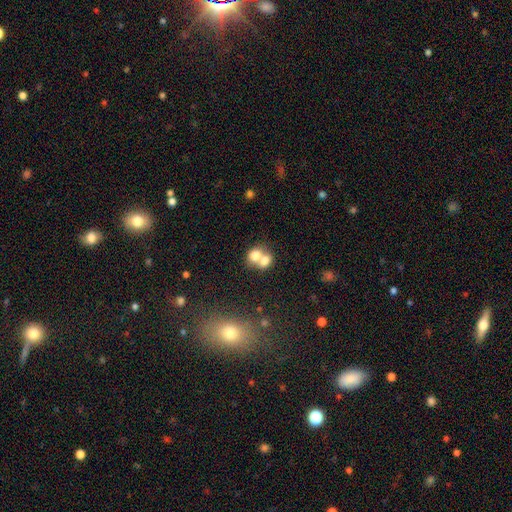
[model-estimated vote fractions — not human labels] Smooth or featured: smooth — 73% (featured or disk — 17%)
How rounded: round — 51% (in between — 47%)
Merging: merger — 68% (none — 23%)